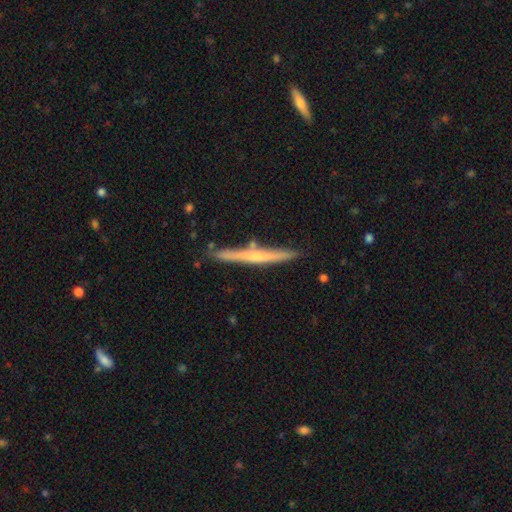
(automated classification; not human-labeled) smooth-or-featured: featured or disk: 60% | smooth: 34% | star or artifact: 6%
  disk-edge-on: yes: 97% | no: 3%
    edge-on-bulge: rounded: 57% | none: 38% | boxy: 5%
  merging: none: 85% | minor disturbance: 10% | merger: 4% | major disturbance: 2%